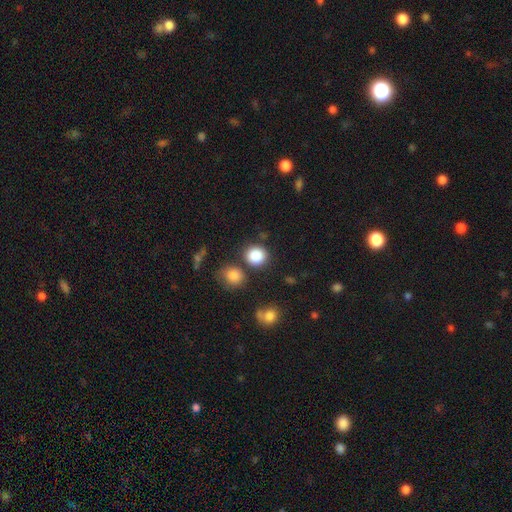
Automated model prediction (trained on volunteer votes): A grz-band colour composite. It shows a smooth galaxy with no disk features (86%) that is round (83%). Merging: none (76%).